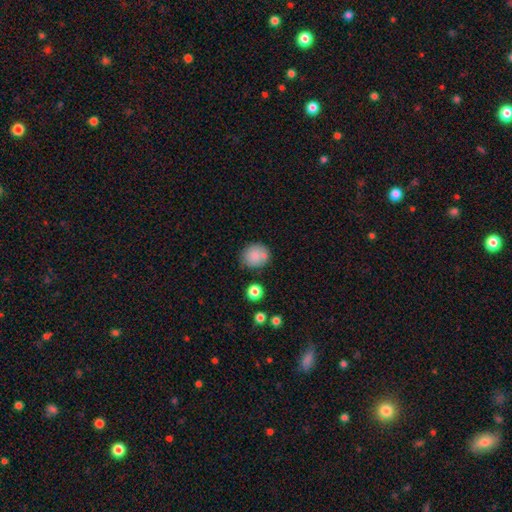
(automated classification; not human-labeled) Morphology: type=smooth (83%); roundness=round (79%); merging=none (70%).